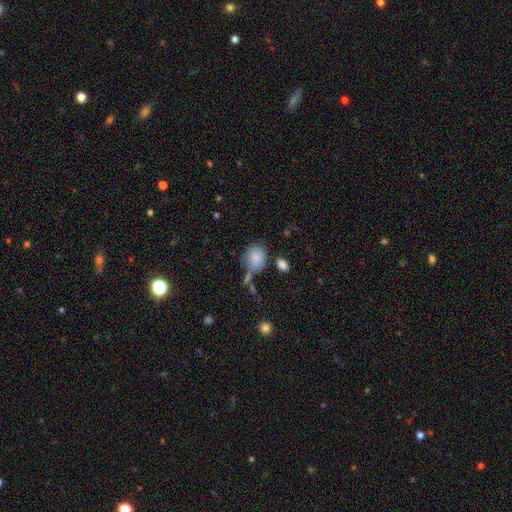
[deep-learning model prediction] Smooth or featured? Predicted: smooth (p=0.83). How rounded? Predicted: round (p=0.54). Merging? Predicted: none (p=0.61).